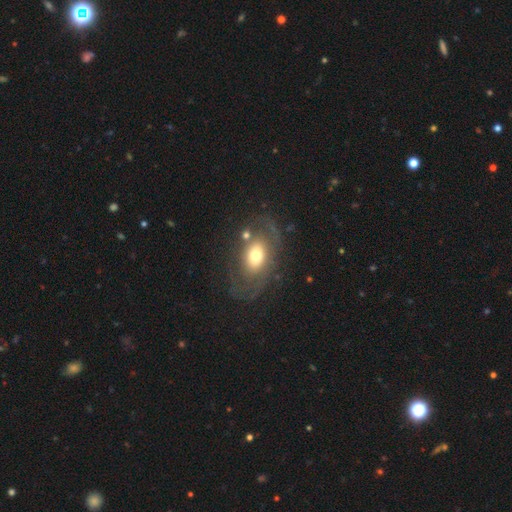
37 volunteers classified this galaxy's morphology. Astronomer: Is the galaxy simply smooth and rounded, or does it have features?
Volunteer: smooth — 49% (runner-up: featured or disk, 46%).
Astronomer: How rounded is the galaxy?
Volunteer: in between — 94%.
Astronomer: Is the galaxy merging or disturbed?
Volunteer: none — 51% (runner-up: major disturbance, 29%).